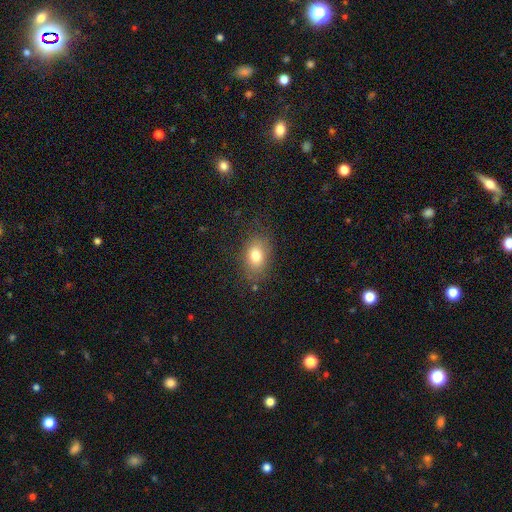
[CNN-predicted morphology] Smooth or featured?
  - smooth: 77% *
  - featured or disk: 12%
  - star or artifact: 11%
How rounded?
  - in between: 78% *
  - round: 21%
  - cigar-shaped: 2%
Merging?
  - none: 79% *
  - minor disturbance: 14%
  - major disturbance: 5%
  - merger: 2%